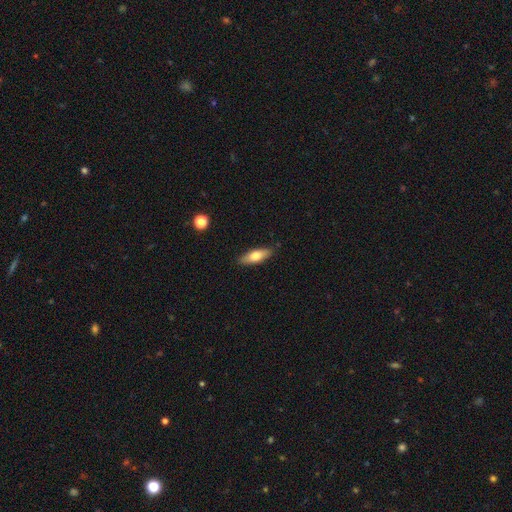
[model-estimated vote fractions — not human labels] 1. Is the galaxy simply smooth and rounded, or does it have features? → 69% smooth, 25% featured or disk, 6% star or artifact.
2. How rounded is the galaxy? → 60% in between, 38% cigar-shaped, 2% round.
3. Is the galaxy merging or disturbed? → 87% none, 10% minor disturbance, 2% major disturbance, 1% merger.